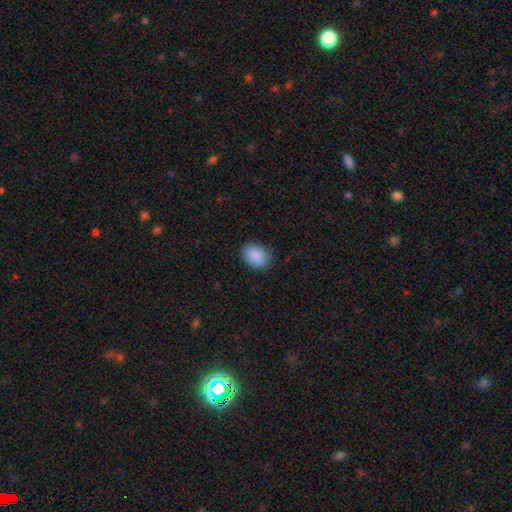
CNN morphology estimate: Smooth or featured? Predicted: smooth (p=0.90). How rounded? Predicted: in between (p=0.73). Merging? Predicted: none (p=0.84).